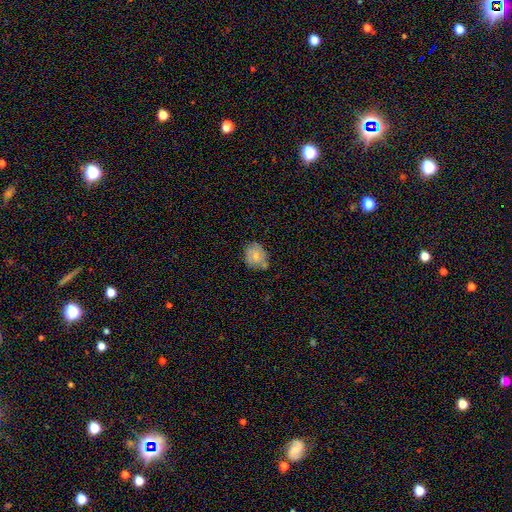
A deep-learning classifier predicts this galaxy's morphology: smooth_or_featured: smooth (p=0.65) [alt: featured or disk p=0.26]
how_rounded: round (p=0.53) [alt: in between p=0.45]
merging: none (p=0.63) [alt: minor disturbance p=0.24]